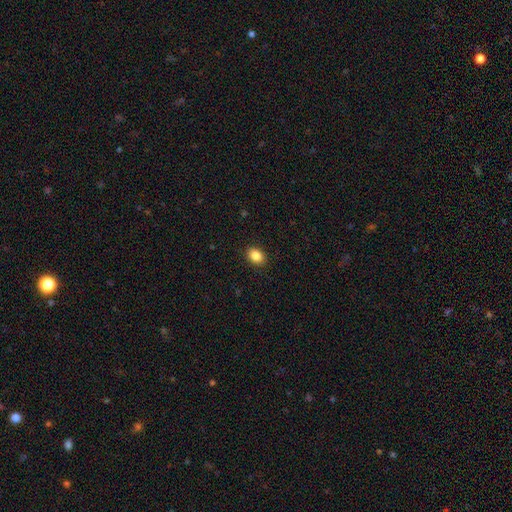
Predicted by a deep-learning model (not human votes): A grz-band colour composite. It shows a smooth galaxy with no disk features (86%) that is in between round and cigar-shaped (70%). Merging: none (90%).